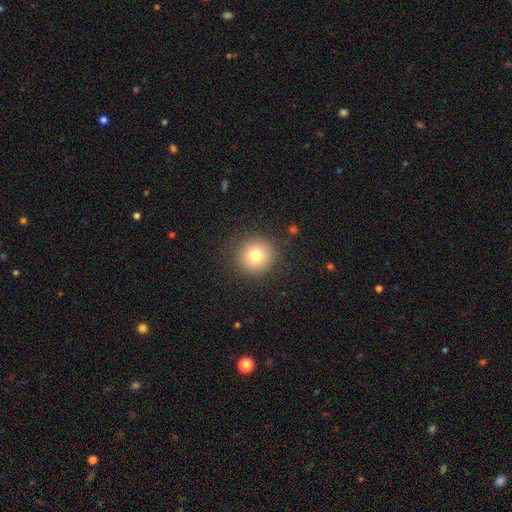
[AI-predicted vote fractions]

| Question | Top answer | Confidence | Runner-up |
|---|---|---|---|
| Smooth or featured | smooth | 76% | star or artifact (12%) |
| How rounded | round | 94% | in between (5%) |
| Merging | none | 89% | minor disturbance (7%) |